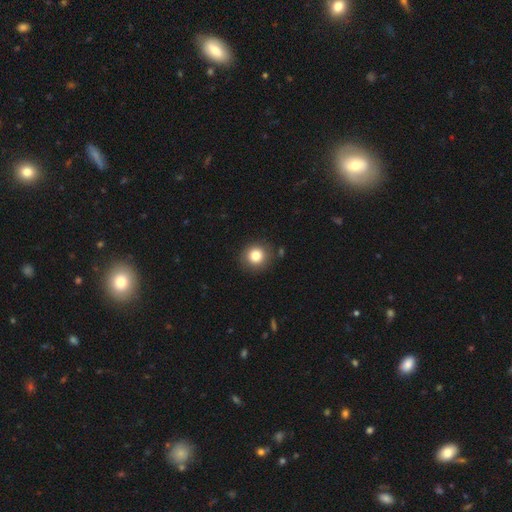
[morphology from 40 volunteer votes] smooth-or-featured: smooth: 78% | featured or disk: 12% | star or artifact: 10%
  how-rounded: round: 87% | in between: 13% | cigar-shaped: 0%
  merging: none: 89% | major disturbance: 6% | minor disturbance: 3% | merger: 3%